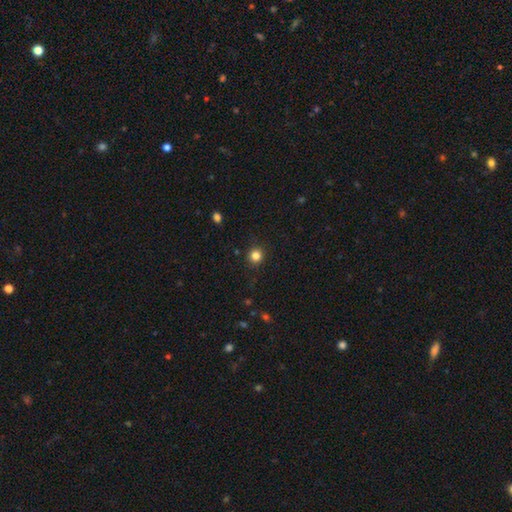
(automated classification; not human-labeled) This appears to be a smooth galaxy with no disk features (83%) that is round (92%). Merging: none (90%).